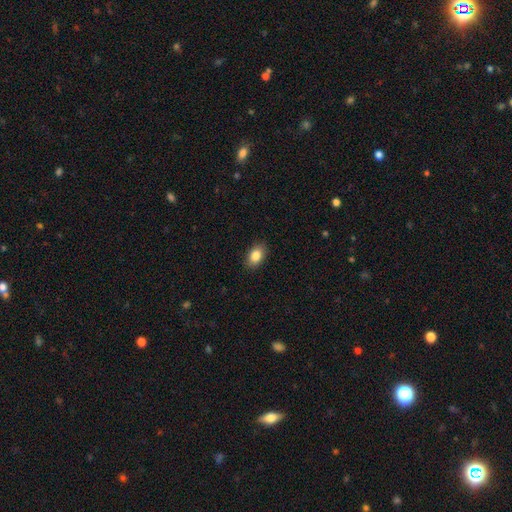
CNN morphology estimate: smooth-or-featured: smooth: 85% | star or artifact: 8% | featured or disk: 7%
  how-rounded: in between: 87% | round: 12% | cigar-shaped: 1%
  merging: none: 89% | minor disturbance: 8% | major disturbance: 2% | merger: 1%